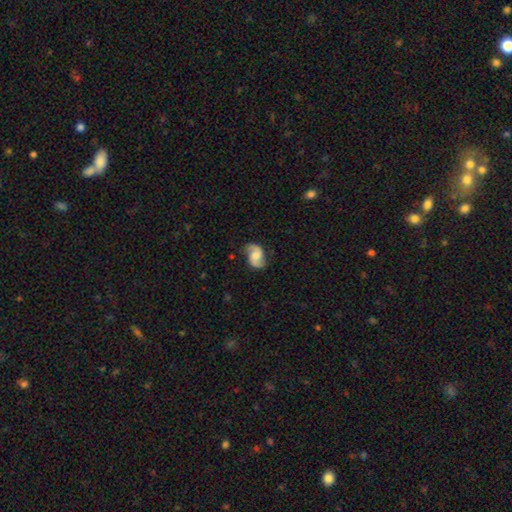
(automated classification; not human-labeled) Overall: featured or disk (78%). Edge-on disk: no (98%). Bar: no (57%; weak 36%). Spiral arms: yes (96%). Spiral arm count: 2 (93%). Spiral winding: medium (43%, tied with loose). Bulge size: moderate (42%; small 30%). Merging: none (79%).